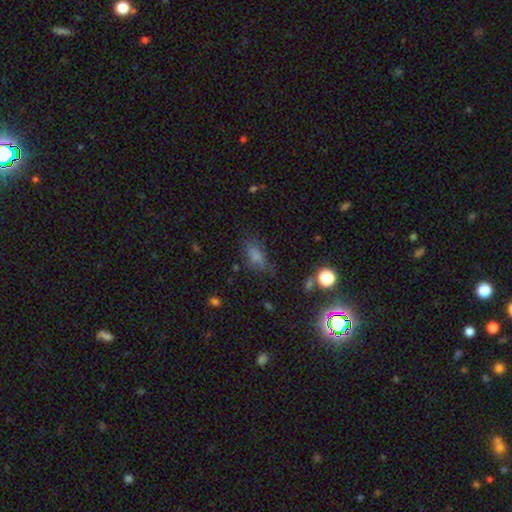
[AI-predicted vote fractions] Smooth or featured: smooth — 71% (star or artifact — 18%)
How rounded: in between — 79% (cigar-shaped — 13%)
Merging: none — 62% (minor disturbance — 24%)